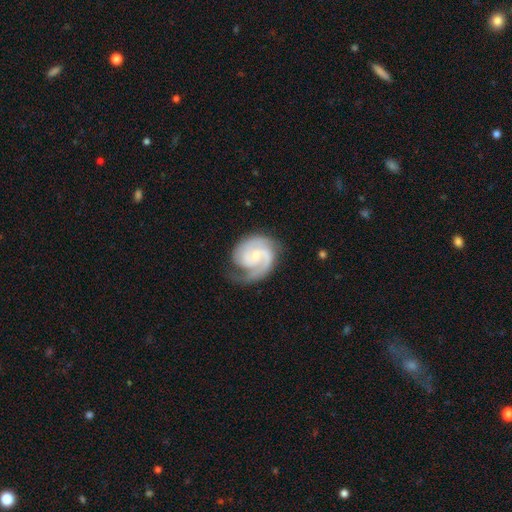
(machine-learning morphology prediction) type=featured or disk (89%); edge-on=no (98%); bar=no (57%); spiral arms=yes (98%); winding=tight (51%); arm count=2 (69%); bulge=small (66%); merging=none (65%).